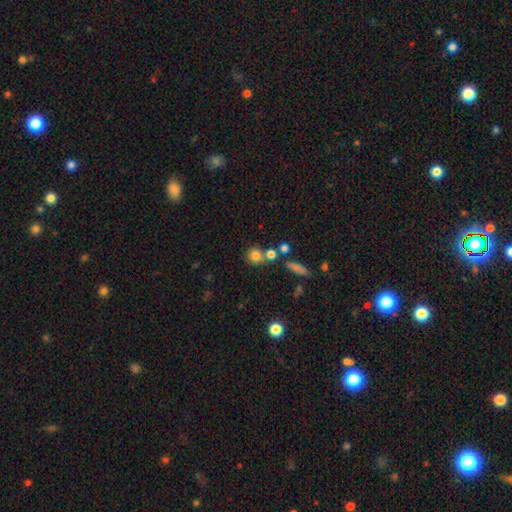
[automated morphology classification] Smooth or featured? Predicted: smooth (p=0.78). How rounded? Predicted: round (p=0.85). Merging? Predicted: none (p=0.61).